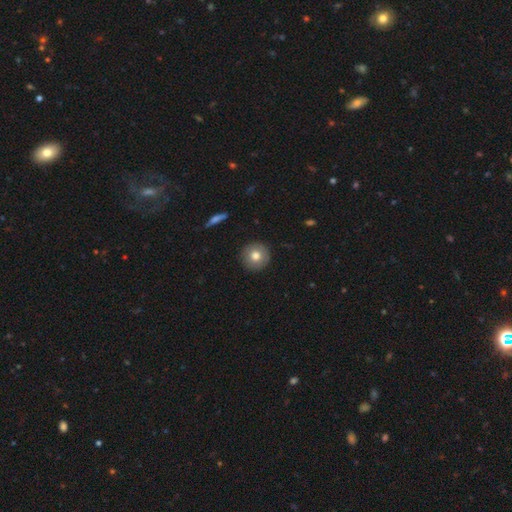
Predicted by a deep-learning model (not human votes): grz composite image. It shows a smooth galaxy with no disk features (76%) that is round (95%). Merging: none (91%).